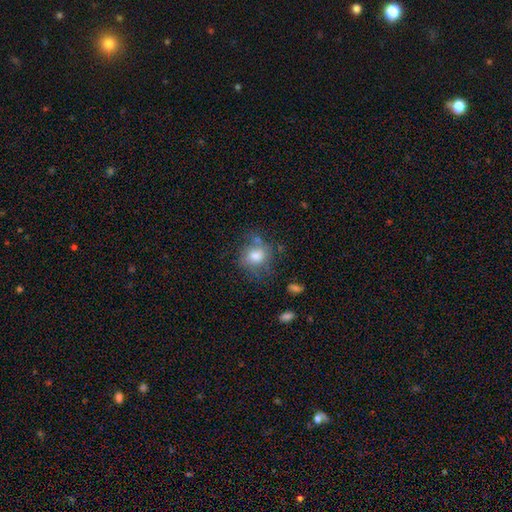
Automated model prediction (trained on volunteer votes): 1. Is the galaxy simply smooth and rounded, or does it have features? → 70% smooth, 20% featured or disk, 10% star or artifact.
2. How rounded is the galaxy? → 67% round, 32% in between, 1% cigar-shaped.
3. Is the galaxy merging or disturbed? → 54% none, 25% minor disturbance, 13% major disturbance, 8% merger.